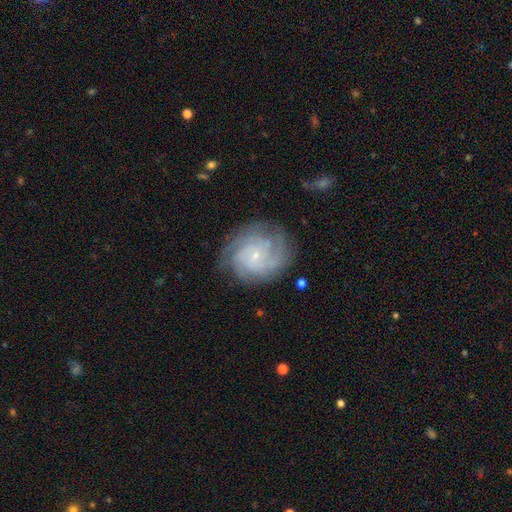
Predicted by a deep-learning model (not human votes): Smooth or featured? Predicted: featured or disk (p=0.81). Edge-on disk? Predicted: no (p=0.98). Bar? Predicted: no (p=0.74). Spiral arms? Predicted: yes (p=0.95). Spiral winding? Predicted: tight (p=0.65). Spiral arm count? Predicted: can't tell (p=0.29). Bulge size? Predicted: small (p=0.84). Merging? Predicted: none (p=0.76).